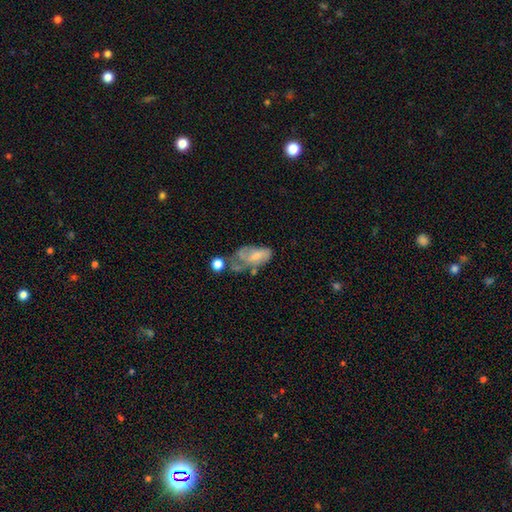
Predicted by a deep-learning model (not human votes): The model was most divided on "smooth or featured": featured or disk: 49%, smooth: 43%, star or artifact: 9%. Remaining: merging — major disturbance (35%).